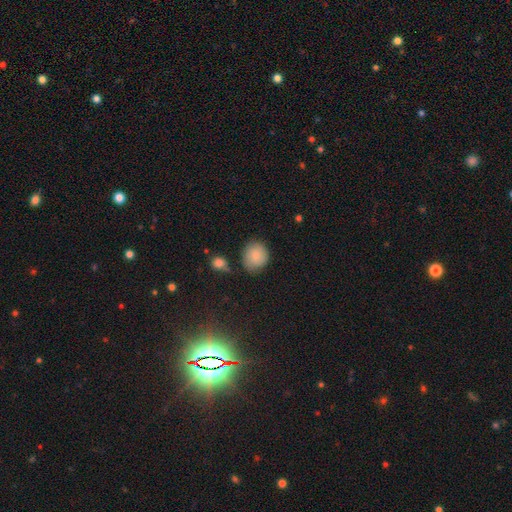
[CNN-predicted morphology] This is clearly a smooth galaxy (82%). How rounded: likely round (76%). Merging: likely none (68%).